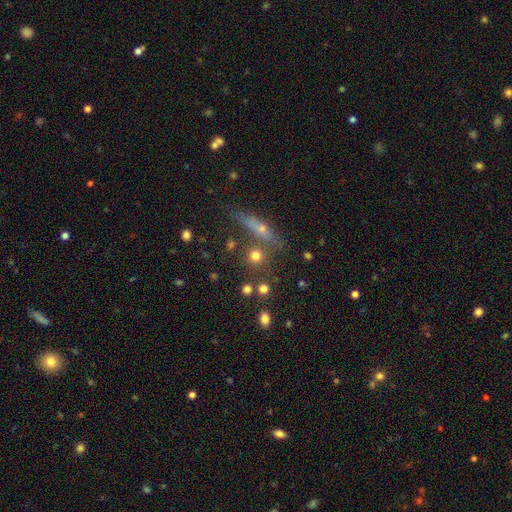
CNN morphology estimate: Smooth or featured: smooth — 73% (star or artifact — 15%)
How rounded: round — 85% (in between — 9%)
Merging: none — 73% (merger — 15%)